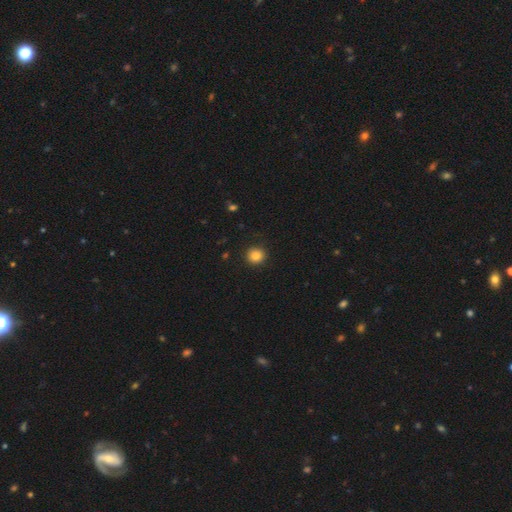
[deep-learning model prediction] smooth_or_featured: smooth (p=0.84) [alt: star or artifact p=0.11]
how_rounded: round (p=0.93) [alt: in between p=0.06]
merging: none (p=0.91) [alt: minor disturbance p=0.06]